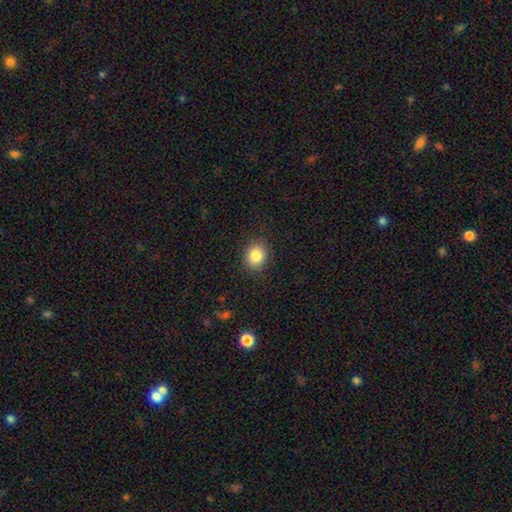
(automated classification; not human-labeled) This appears to be a smooth galaxy with no disk features (85%) that is round (64%). Merging: none (88%).